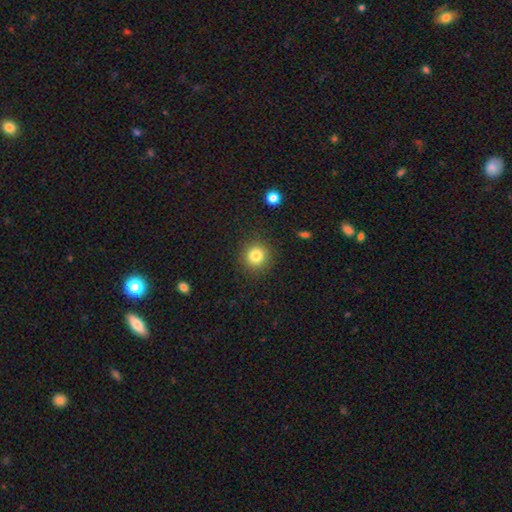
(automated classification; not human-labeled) The model was most divided on "smooth or featured": smooth: 82%, star or artifact: 12%, featured or disk: 7%. More confident: how rounded — round (93%); merging — none (90%).